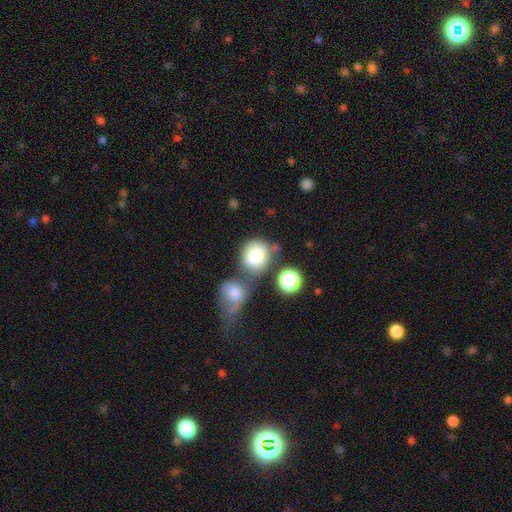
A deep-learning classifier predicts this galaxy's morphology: A smooth galaxy with no disk features (80%) that is round (77%).

Vote fractions:
- Smooth or featured? smooth: 80% / featured or disk: 10% / star or artifact: 10%
- How rounded? round: 77% / in between: 22% / cigar-shaped: 1%
- Merging? none: 50% / merger: 30% / minor disturbance: 13% / major disturbance: 7%